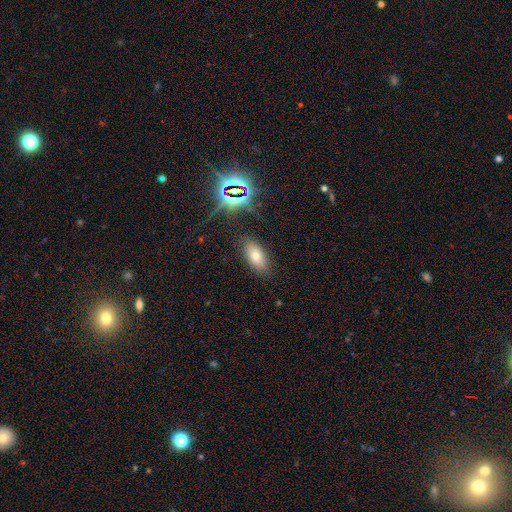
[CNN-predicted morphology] smooth-or-featured: smooth: 64% | star or artifact: 20% | featured or disk: 16%
  how-rounded: in between: 89% | cigar-shaped: 7% | round: 5%
  merging: none: 85% | minor disturbance: 10% | major disturbance: 3% | merger: 2%